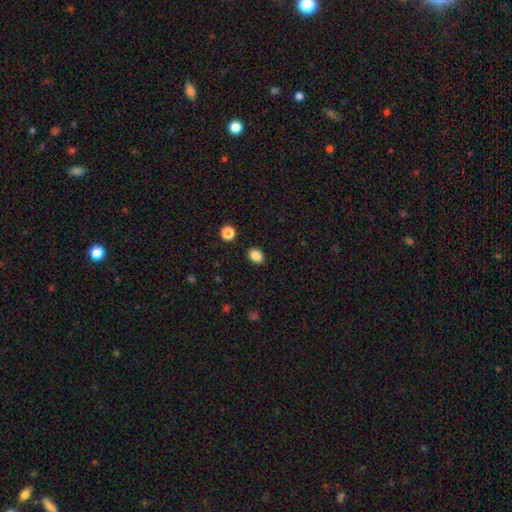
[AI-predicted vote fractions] smooth 86%, star or artifact 10%, featured or disk 4%. Down the decision tree: how rounded — in between (65%); merging — none (89%).